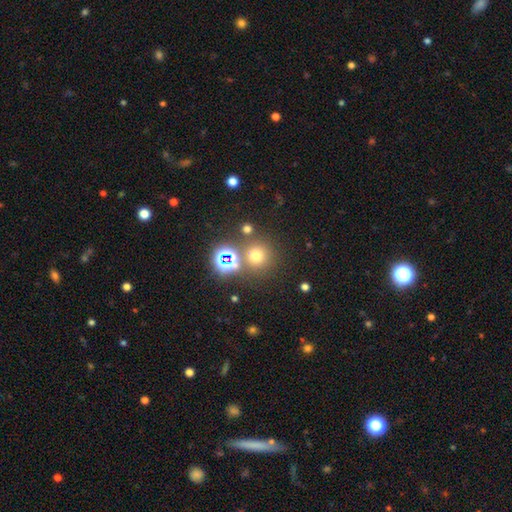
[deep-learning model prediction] Smooth or featured? Predicted: smooth (p=0.63). How rounded? Predicted: round (p=0.92). Merging? Predicted: none (p=0.74).